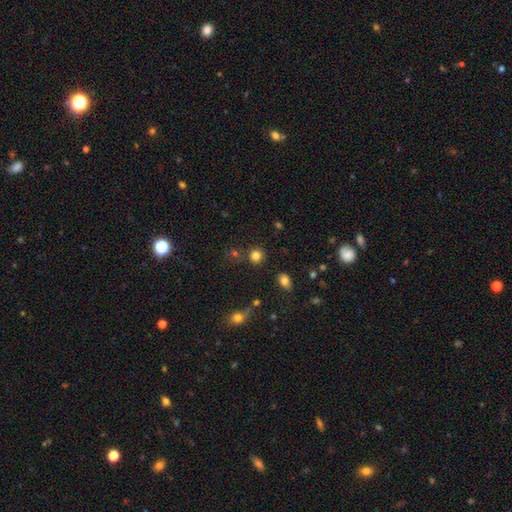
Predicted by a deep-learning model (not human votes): Q: Smooth or featured?
A: smooth (80%); runner-up: star or artifact (14%)
Q: How rounded?
A: round (89%); runner-up: in between (10%)
Q: Merging?
A: none (82%); runner-up: minor disturbance (8%)